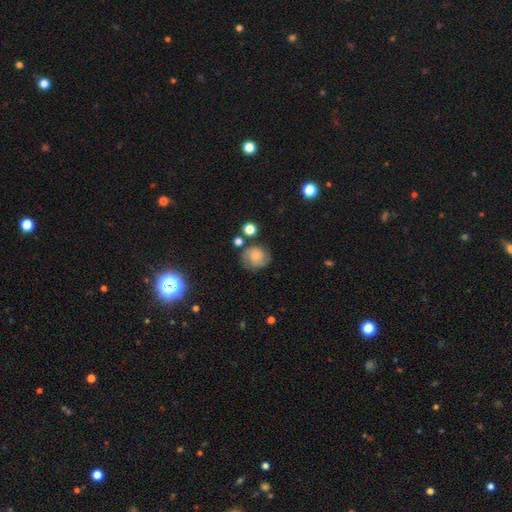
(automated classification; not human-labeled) A featured or disk galaxy (46%). Merging: none (68%).